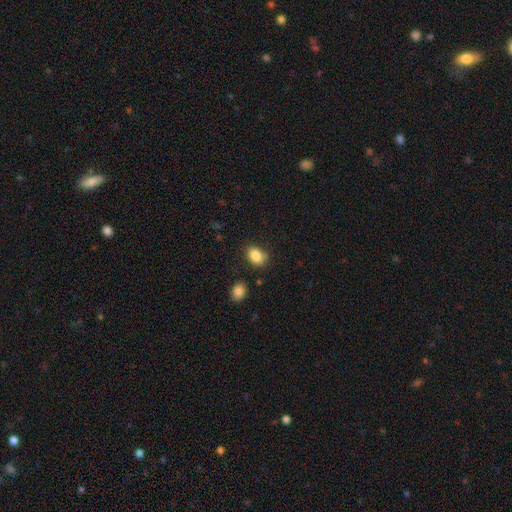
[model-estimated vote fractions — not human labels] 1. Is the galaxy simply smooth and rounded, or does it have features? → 86% smooth, 9% star or artifact, 6% featured or disk.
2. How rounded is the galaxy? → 77% in between, 22% round, 1% cigar-shaped.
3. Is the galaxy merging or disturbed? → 79% none, 14% minor disturbance, 4% merger, 3% major disturbance.